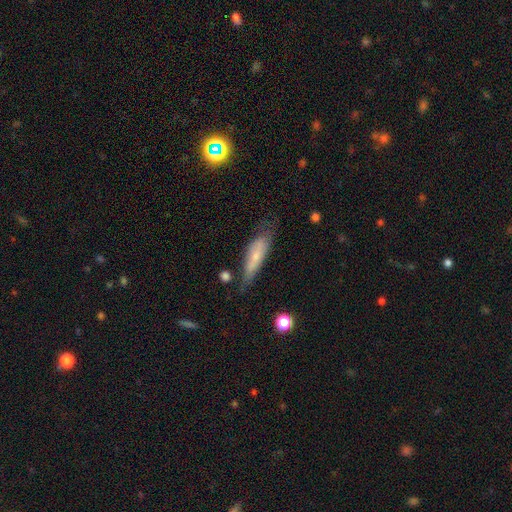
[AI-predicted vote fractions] Morphology: type=smooth (54%); roundness=cigar-shaped (57%); merging=none (56%).